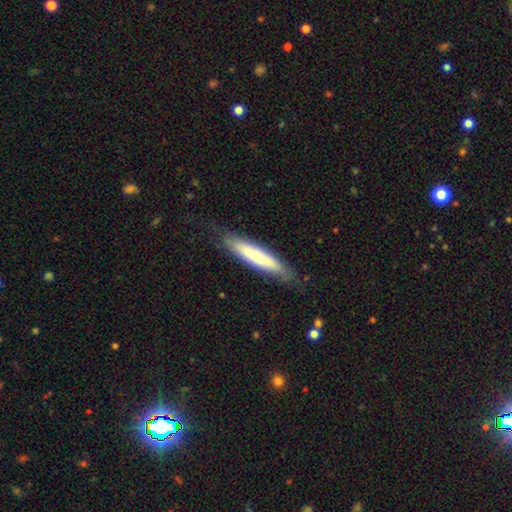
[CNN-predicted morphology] Smooth or featured? smooth (64%)
How rounded? cigar-shaped (86%)
Merging? none (78%)